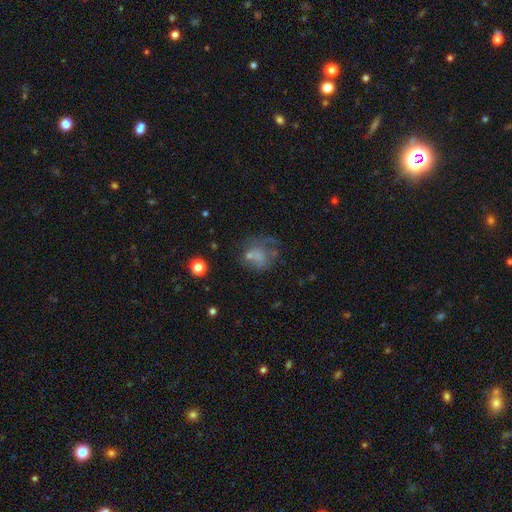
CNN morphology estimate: Smooth or featured: smooth — 50% (featured or disk — 34%)
Merging: major disturbance — 37% (none — 32%)